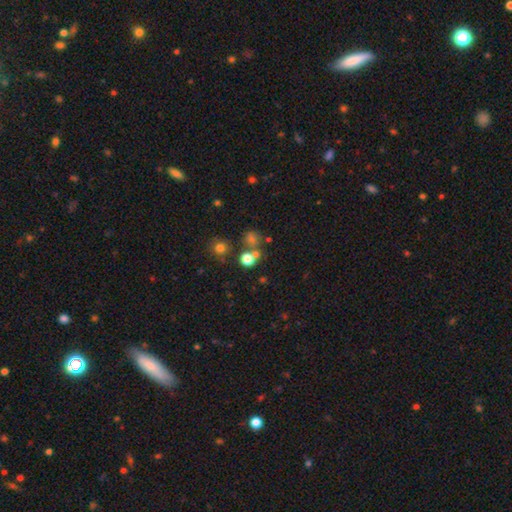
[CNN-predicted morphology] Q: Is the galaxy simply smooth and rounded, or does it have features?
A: smooth — 47%.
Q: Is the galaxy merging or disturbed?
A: none — 61%.